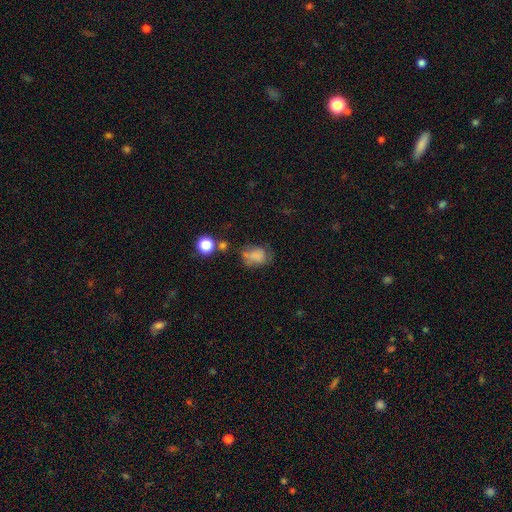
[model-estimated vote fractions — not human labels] Smooth or featured: smooth — 68% (featured or disk — 18%)
How rounded: in between — 62% (round — 37%)
Merging: none — 43% (minor disturbance — 27%)